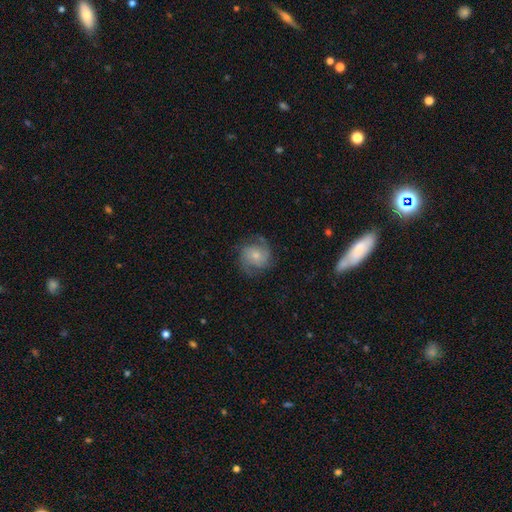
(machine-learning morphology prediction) Q: Smooth or featured?
A: featured or disk (66%); runner-up: smooth (27%)
Q: Edge-on disk?
A: no (98%); runner-up: yes (2%)
Q: Bar?
A: no (72%); runner-up: weak (24%)
Q: Spiral arms?
A: yes (91%); runner-up: no (9%)
Q: Spiral winding?
A: medium (47%); runner-up: tight (31%)
Q: Spiral arm count?
A: 2 (62%); runner-up: can't tell (14%)
Q: Bulge size?
A: small (53%); runner-up: moderate (38%)
Q: Merging?
A: none (71%); runner-up: minor disturbance (18%)